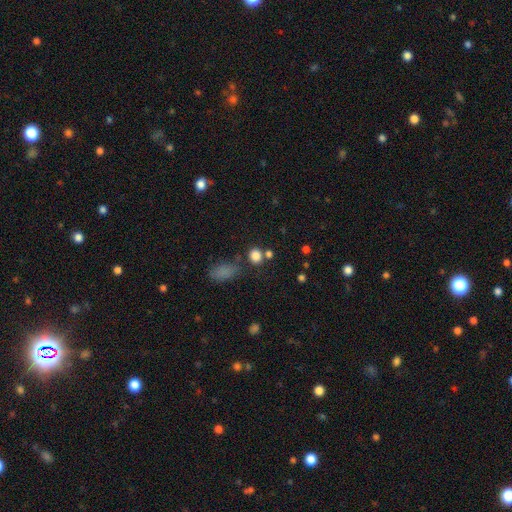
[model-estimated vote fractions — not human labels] Overall: smooth (81%). How rounded: round (77%). Merging: none (70%).